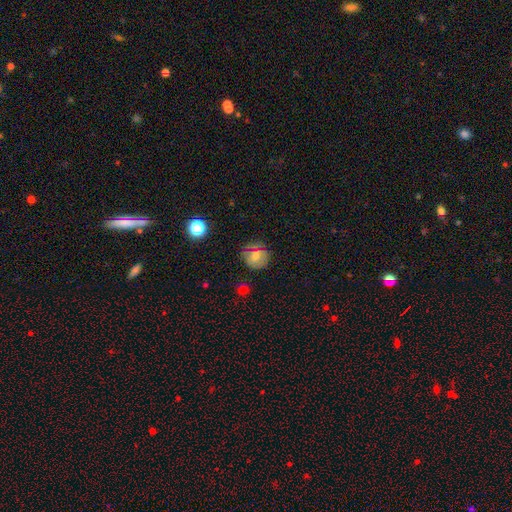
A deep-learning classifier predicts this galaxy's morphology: A smooth galaxy with no disk features (66%) that is round (87%). Merging: none (79%).